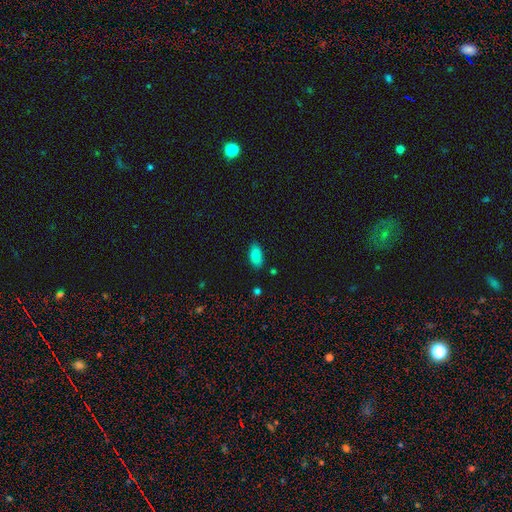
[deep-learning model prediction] smooth 84%, featured or disk 8%, star or artifact 8%. Down the decision tree: how rounded — in between (91%); merging — none (86%).